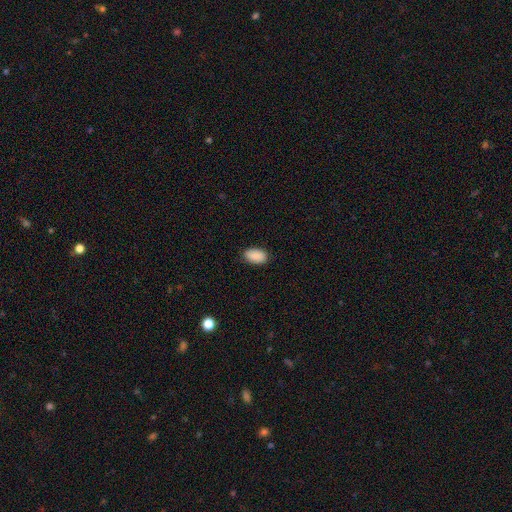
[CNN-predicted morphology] This appears to be a smooth galaxy with no disk features (90%) that is in between round and cigar-shaped (94%). Merging: none (87%).